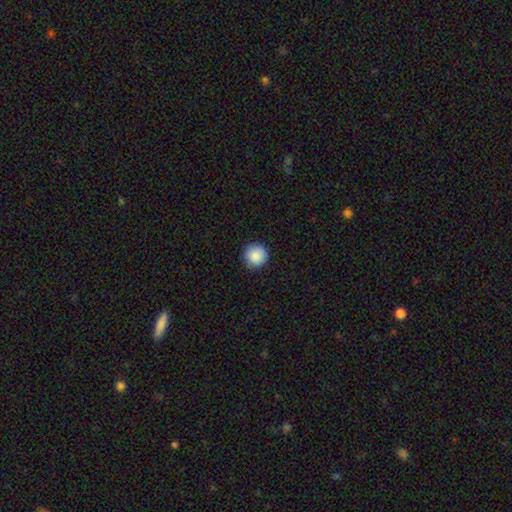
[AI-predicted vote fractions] Smooth or featured?
  - smooth: 88% *
  - star or artifact: 9%
  - featured or disk: 3%
How rounded?
  - round: 96% *
  - in between: 3%
  - cigar-shaped: 1%
Merging?
  - none: 90% *
  - minor disturbance: 7%
  - major disturbance: 2%
  - merger: 1%